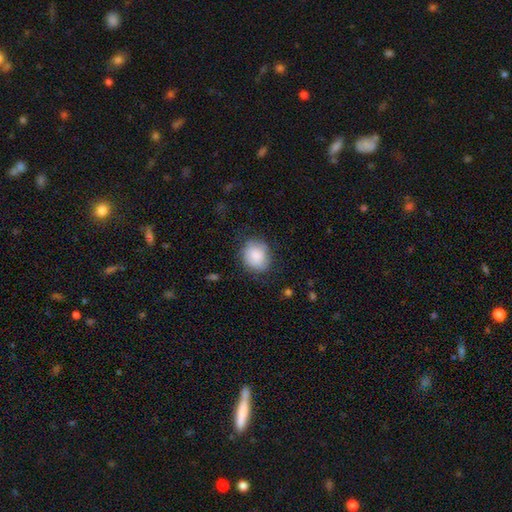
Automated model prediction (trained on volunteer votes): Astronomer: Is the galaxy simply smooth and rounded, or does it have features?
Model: smooth — 84%.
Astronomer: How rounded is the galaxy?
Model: round — 67%.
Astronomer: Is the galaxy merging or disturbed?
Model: none — 72%.